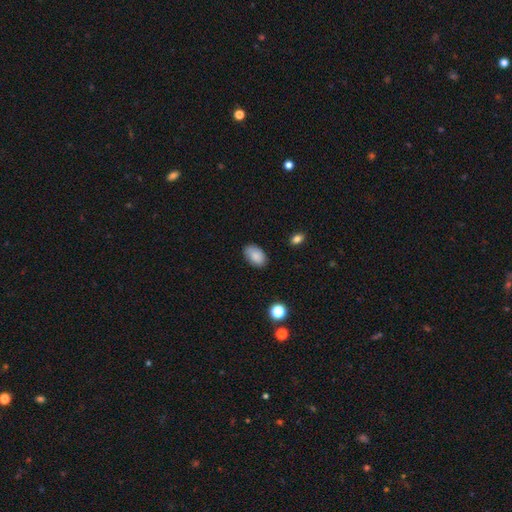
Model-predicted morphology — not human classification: This appears to be a smooth galaxy with no disk features (85%) that is in between round and cigar-shaped (90%). Merging: none (80%).